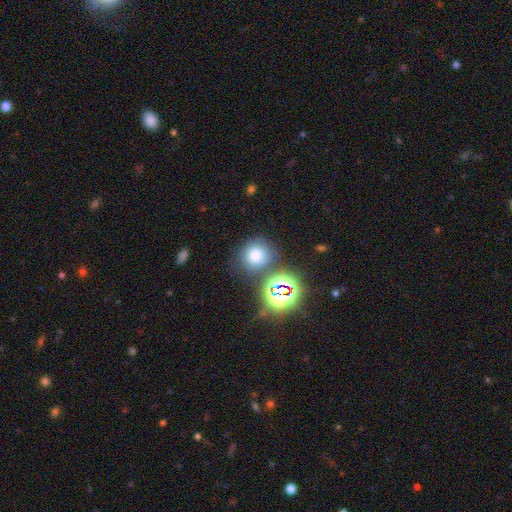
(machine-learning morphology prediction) type=smooth (65%); roundness=round (85%); merging=none (68%).